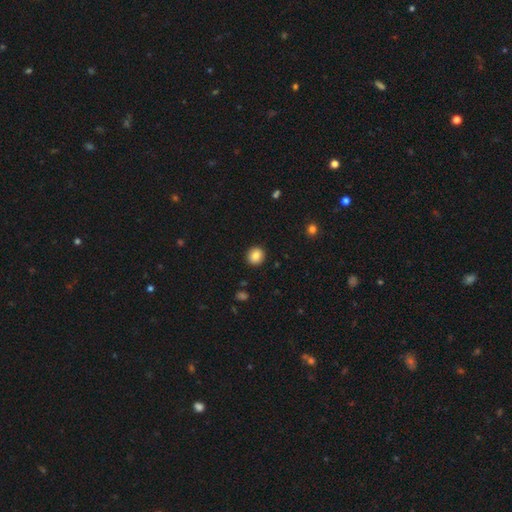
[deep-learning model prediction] Smooth or featured? Predicted: smooth (p=0.86). How rounded? Predicted: round (p=0.88). Merging? Predicted: none (p=0.92).